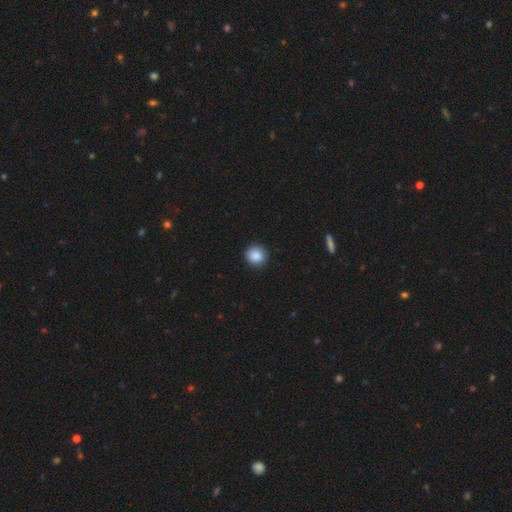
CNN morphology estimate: smooth_or_featured: smooth (p=0.88) [alt: star or artifact p=0.09]
how_rounded: round (p=0.92) [alt: in between p=0.07]
merging: none (p=0.91) [alt: minor disturbance p=0.06]